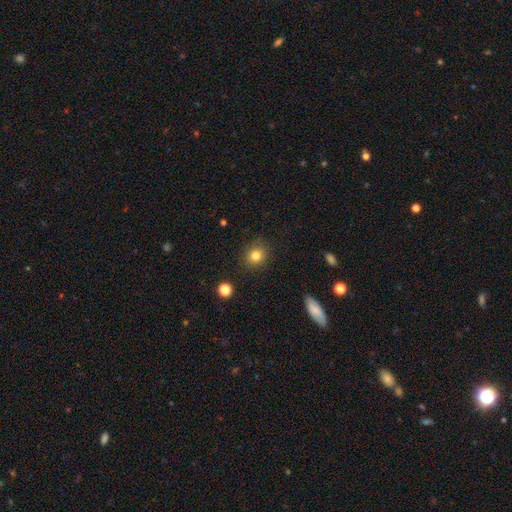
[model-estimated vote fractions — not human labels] This is clearly a smooth galaxy (82%). How rounded: likely round (80%). Merging: clearly none (86%).